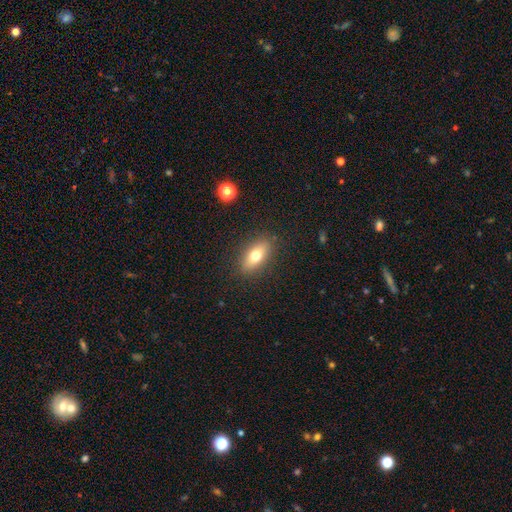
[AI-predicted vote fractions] A smooth galaxy with no disk features (70%) that is in between round and cigar-shaped (78%). Merging: none (87%).